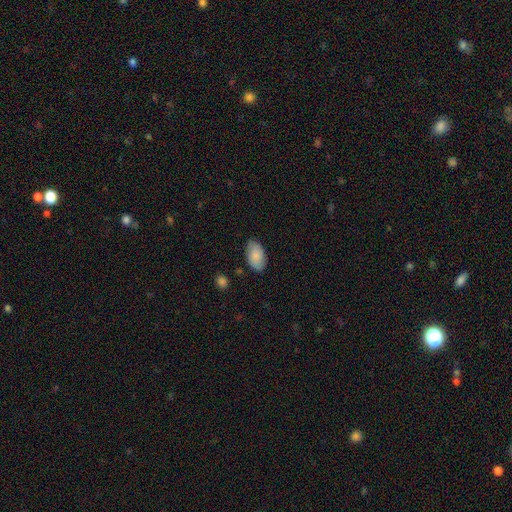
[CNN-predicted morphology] A smooth galaxy with no disk features (81%) that is in between round and cigar-shaped (94%).

Vote fractions:
- Smooth or featured? smooth: 81% / featured or disk: 12% / star or artifact: 6%
- How rounded? in between: 94% / round: 5% / cigar-shaped: 2%
- Merging? none: 80% / minor disturbance: 16% / major disturbance: 3% / merger: 2%